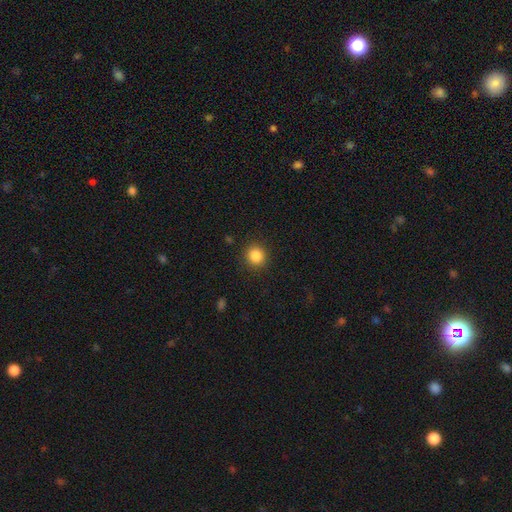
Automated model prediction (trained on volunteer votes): Smooth or featured: smooth — 85% (star or artifact — 10%)
How rounded: round — 89% (in between — 10%)
Merging: none — 90% (minor disturbance — 7%)